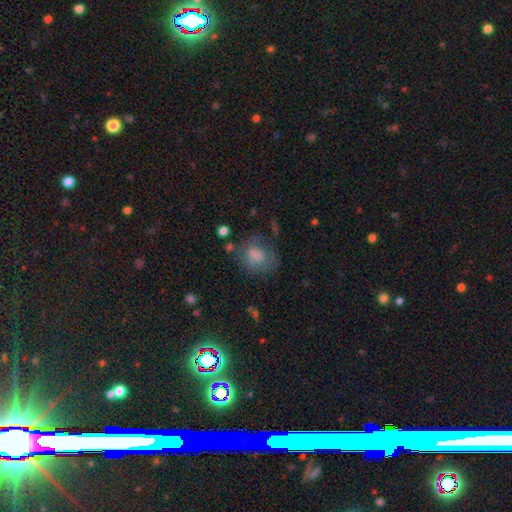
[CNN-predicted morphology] The model was most divided on "how rounded": in between: 53%, round: 45%, cigar-shaped: 1%. More confident: smooth or featured — smooth (68%); merging — none (50%).